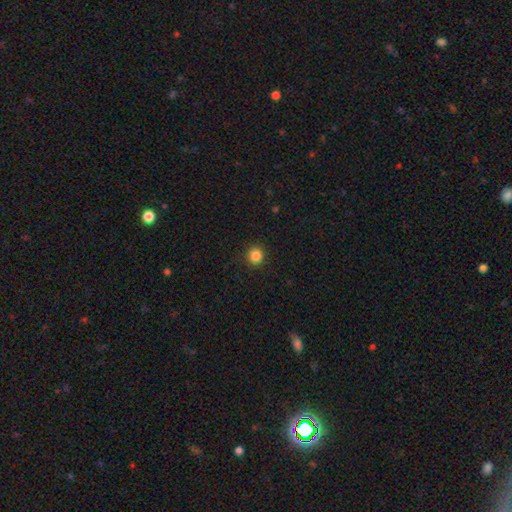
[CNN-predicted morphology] Smooth or featured?
  - smooth: 85% *
  - star or artifact: 11%
  - featured or disk: 3%
How rounded?
  - round: 92% *
  - in between: 7%
  - cigar-shaped: 1%
Merging?
  - none: 92% *
  - minor disturbance: 5%
  - major disturbance: 2%
  - merger: 1%